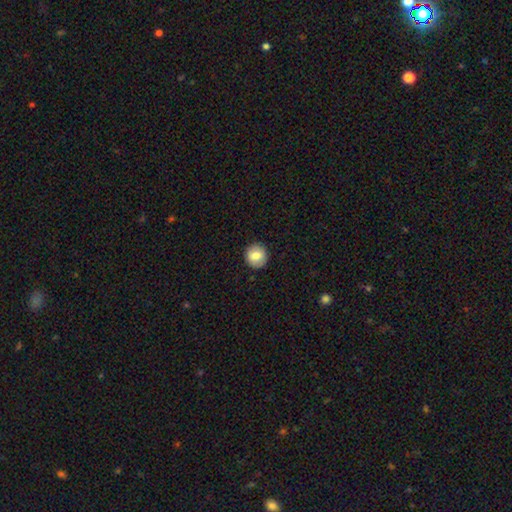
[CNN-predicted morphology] smooth 80%, featured or disk 12%, star or artifact 8%. Down the decision tree: how rounded — round (88%); merging — none (88%).